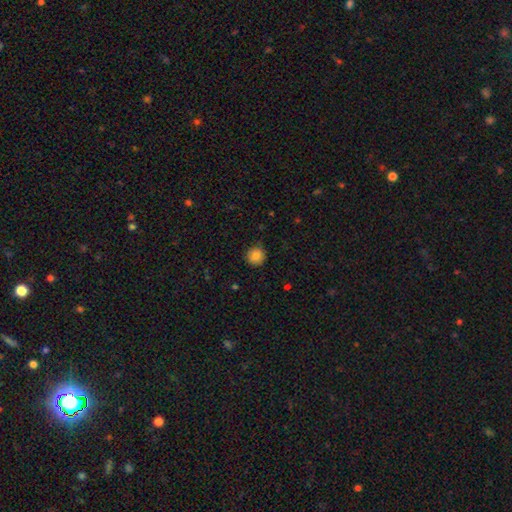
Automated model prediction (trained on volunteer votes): The model was most divided on "smooth or featured": smooth: 85%, star or artifact: 9%, featured or disk: 6%. More confident: how rounded — round (94%); merging — none (89%).